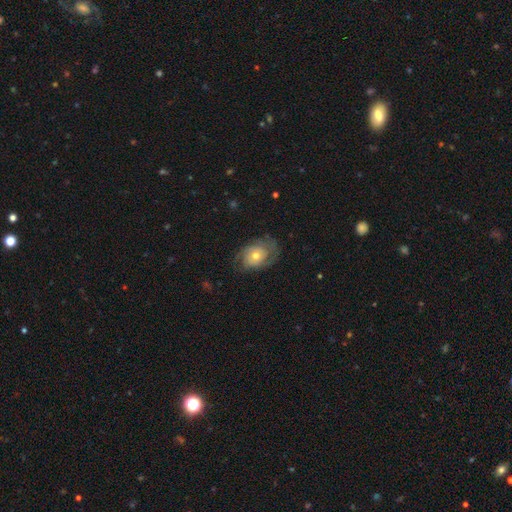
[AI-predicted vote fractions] The model was most divided on "smooth or featured": featured or disk: 54%, smooth: 38%, star or artifact: 7%. More confident: edge-on disk — no (95%); bar — no (84%); spiral arms — yes (67%); bulge size — moderate (63%); merging — none (61%).